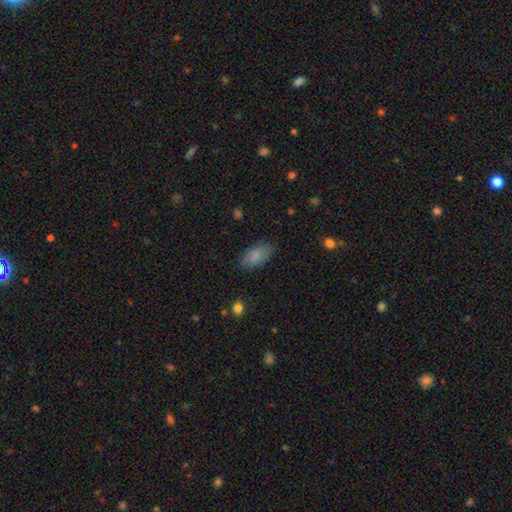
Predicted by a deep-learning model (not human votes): This appears to be a smooth galaxy with no disk features (86%) that is in between round and cigar-shaped (92%). Merging: none (83%).